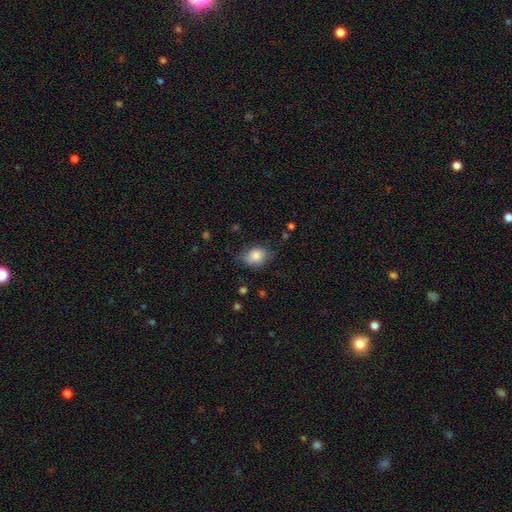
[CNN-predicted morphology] A smooth galaxy with no disk features (81%) that is in between round and cigar-shaped (67%). Merging: none (63%).